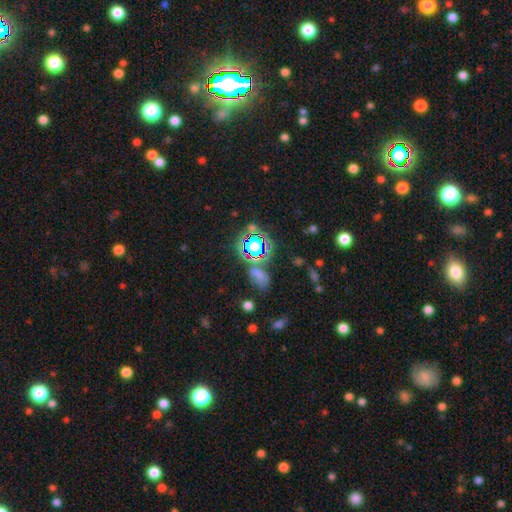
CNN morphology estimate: smooth_or_featured: star or artifact (p=0.56) [alt: smooth p=0.34]